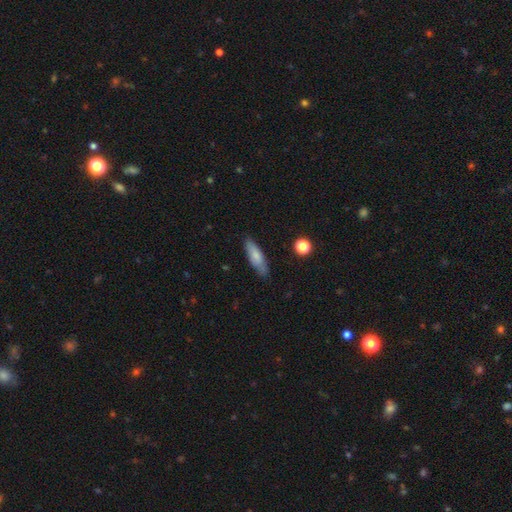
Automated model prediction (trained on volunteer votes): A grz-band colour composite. It shows a smooth galaxy with no disk features (76%) that is cigar-shaped (52%). Merging: none (79%).